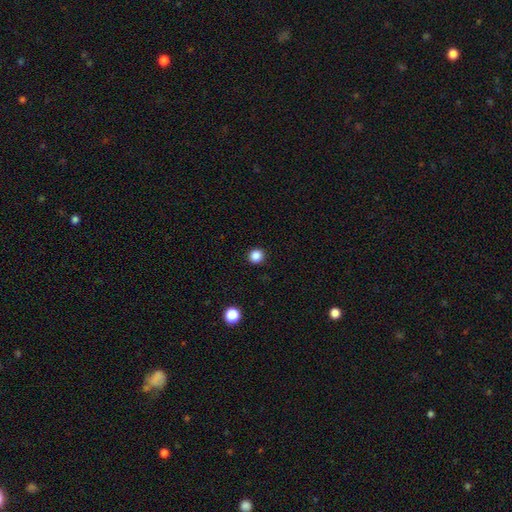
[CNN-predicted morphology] smooth-or-featured: smooth: 86% | star or artifact: 11% | featured or disk: 3%
  how-rounded: round: 93% | in between: 6% | cigar-shaped: 1%
  merging: none: 93% | minor disturbance: 5% | major disturbance: 2% | merger: 1%